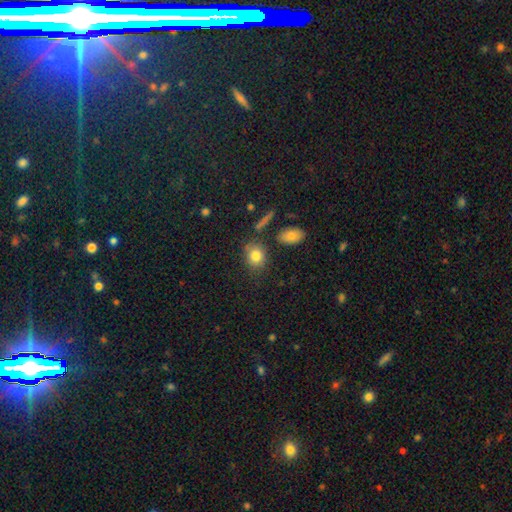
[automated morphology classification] smooth 81%, star or artifact 10%, featured or disk 9%. Down the decision tree: how rounded — round (51%); merging — none (74%).